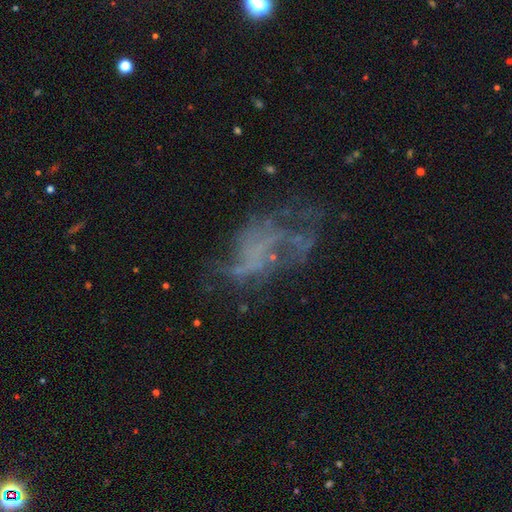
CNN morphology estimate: Overall: featured or disk (63%). Edge-on disk: no (97%). Bar: no (82%). Spiral arms: no (67%; yes 33%). Bulge size: none (82%). Merging: major disturbance (40%; none 37%).